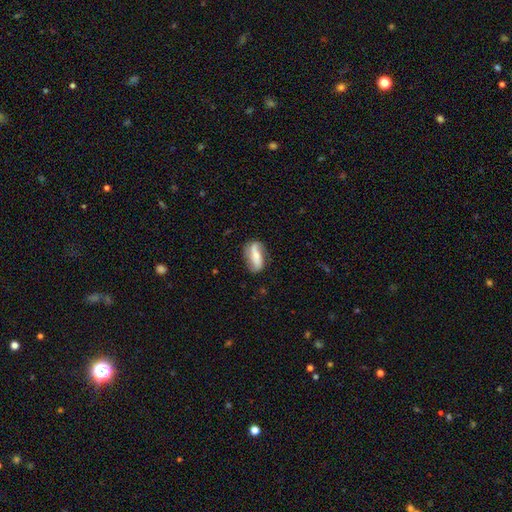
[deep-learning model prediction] Smooth or featured?
  - featured or disk: 63% *
  - smooth: 30%
  - star or artifact: 7%
Edge-on disk?
  - no: 89% *
  - yes: 11%
Bar?
  - strong: 45% *
  - no: 30%
  - weak: 25%
Spiral arms?
  - yes: 87% *
  - no: 13%
Bulge size?
  - small: 48% *
  - moderate: 40%
  - none: 5%
  - large: 5%
  - dominant: 2%
Merging?
  - none: 74% *
  - minor disturbance: 19%
  - major disturbance: 6%
  - merger: 2%